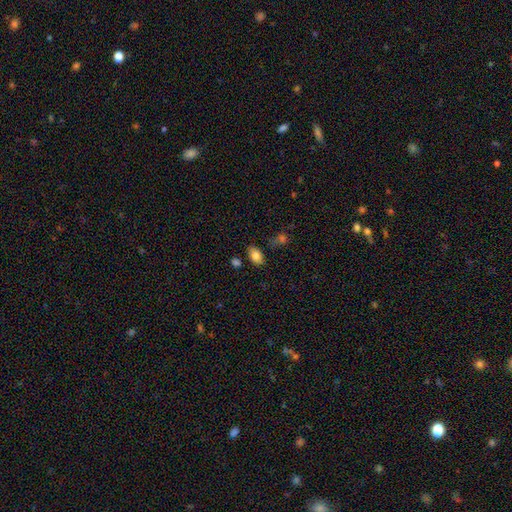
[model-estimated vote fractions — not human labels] smooth-or-featured: smooth: 83% | star or artifact: 9% | featured or disk: 8%
  how-rounded: in between: 90% | round: 9% | cigar-shaped: 2%
  merging: none: 78% | minor disturbance: 14% | merger: 5% | major disturbance: 3%